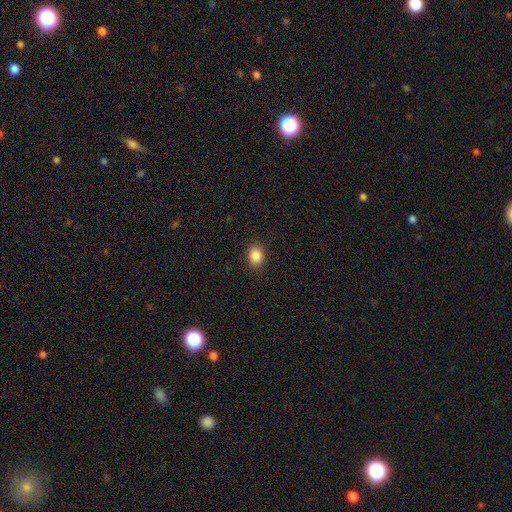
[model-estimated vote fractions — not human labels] Smooth or featured? smooth (86%)
How rounded? in between (66%)
Merging? none (88%)